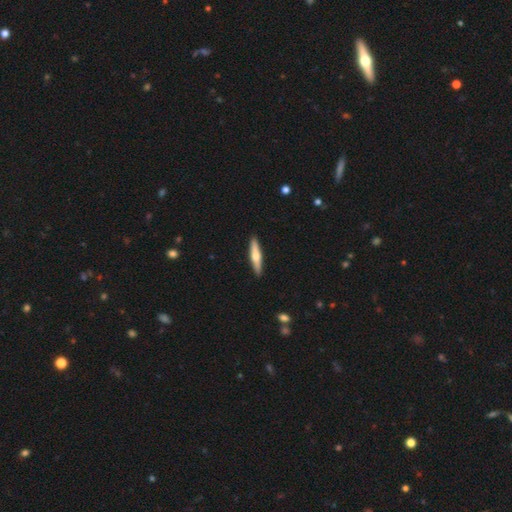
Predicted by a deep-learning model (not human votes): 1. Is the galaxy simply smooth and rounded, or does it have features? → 49% smooth, 46% featured or disk, 5% star or artifact.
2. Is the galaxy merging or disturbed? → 91% none, 7% minor disturbance, 1% major disturbance, 1% merger.